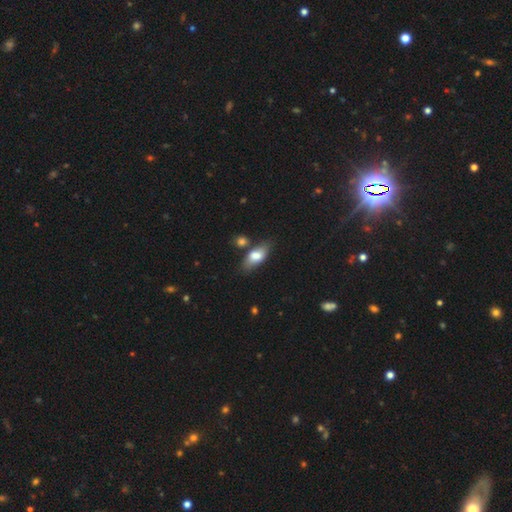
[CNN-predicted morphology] Smooth or featured? smooth (69%)
How rounded? in between (78%)
Merging? none (69%)